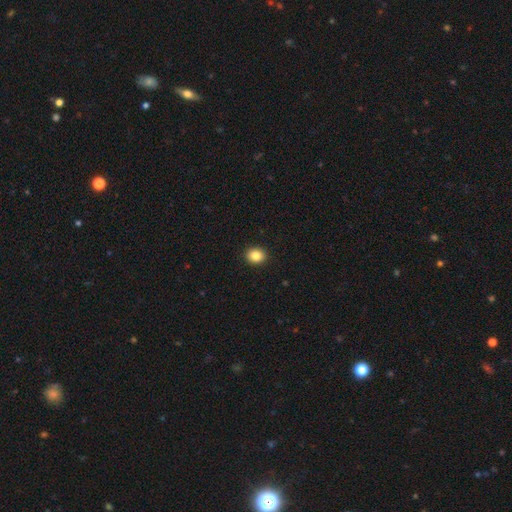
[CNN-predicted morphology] smooth-or-featured: smooth: 85% | star or artifact: 10% | featured or disk: 5%
  how-rounded: round: 67% | in between: 32% | cigar-shaped: 1%
  merging: none: 92% | minor disturbance: 5% | major disturbance: 2% | merger: 1%